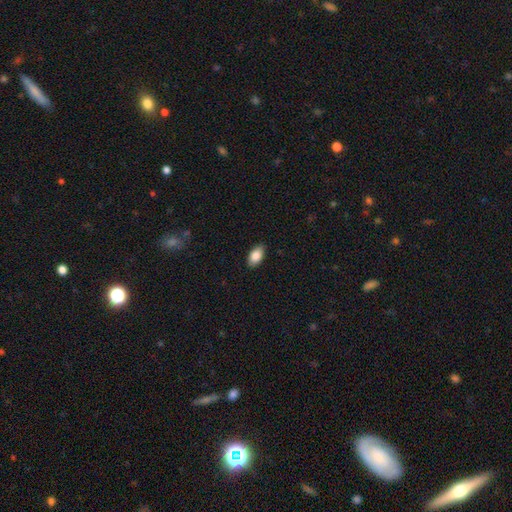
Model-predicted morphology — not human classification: This is clearly a smooth galaxy (87%). How rounded: clearly in between (94%). Merging: clearly none (88%).